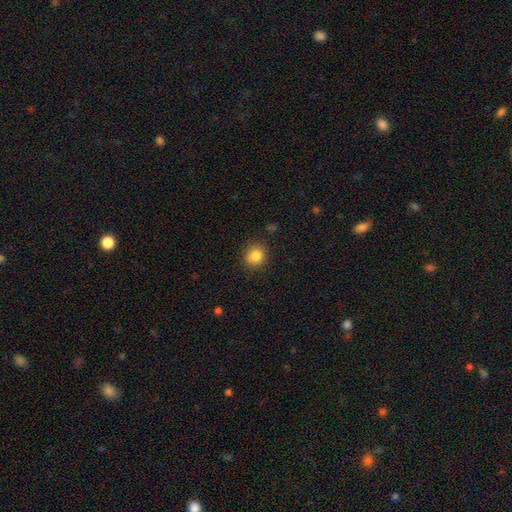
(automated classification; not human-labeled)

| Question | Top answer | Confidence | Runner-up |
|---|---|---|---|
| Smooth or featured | smooth | 85% | star or artifact (10%) |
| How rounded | round | 83% | in between (16%) |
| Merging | none | 84% | minor disturbance (11%) |